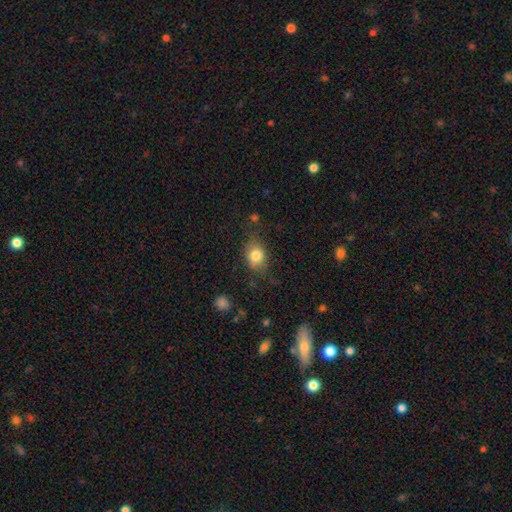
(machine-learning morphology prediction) smooth-or-featured: smooth: 79% | featured or disk: 11% | star or artifact: 10%
  how-rounded: in between: 52% | round: 47% | cigar-shaped: 2%
  merging: none: 69% | minor disturbance: 22% | major disturbance: 7% | merger: 2%